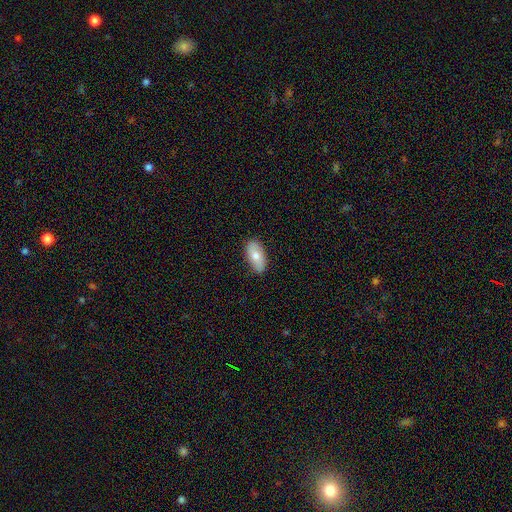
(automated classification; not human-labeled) Overall: smooth (72%). How rounded: in between (92%). Merging: none (85%).